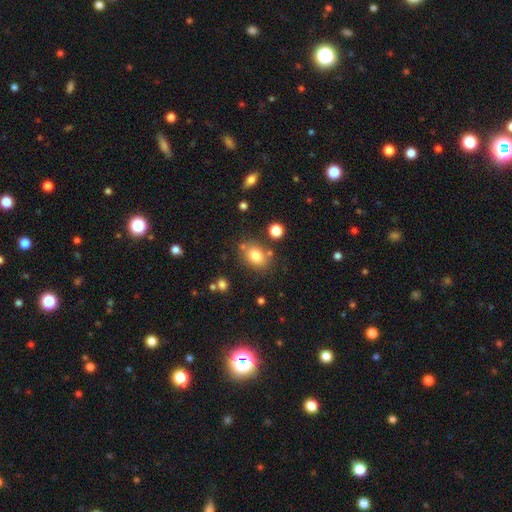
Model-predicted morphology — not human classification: A smooth galaxy with no disk features (79%) that is in between round and cigar-shaped (61%).

Vote fractions:
- Smooth or featured? smooth: 79% / star or artifact: 11% / featured or disk: 9%
- How rounded? in between: 61% / round: 37% / cigar-shaped: 1%
- Merging? none: 73% / minor disturbance: 13% / merger: 9% / major disturbance: 4%